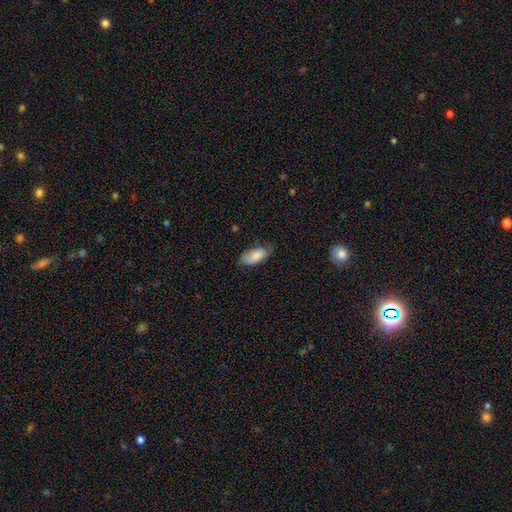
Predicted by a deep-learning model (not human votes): Q: Smooth or featured?
A: smooth (83%); runner-up: featured or disk (11%)
Q: How rounded?
A: in between (88%); runner-up: cigar-shaped (10%)
Q: Merging?
A: none (62%); runner-up: minor disturbance (30%)